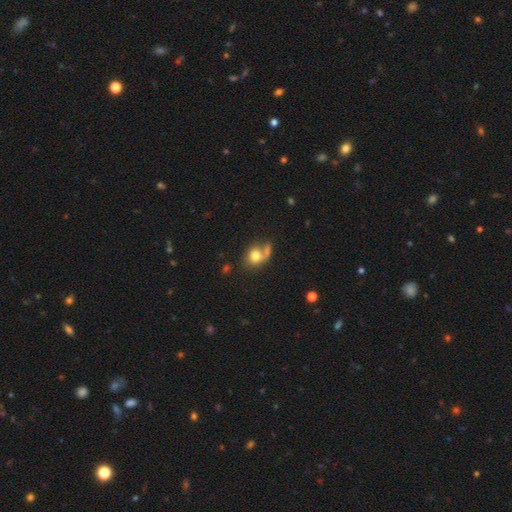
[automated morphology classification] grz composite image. It shows a smooth galaxy with no disk features (72%) that is round (53%). Merging: none (38%).